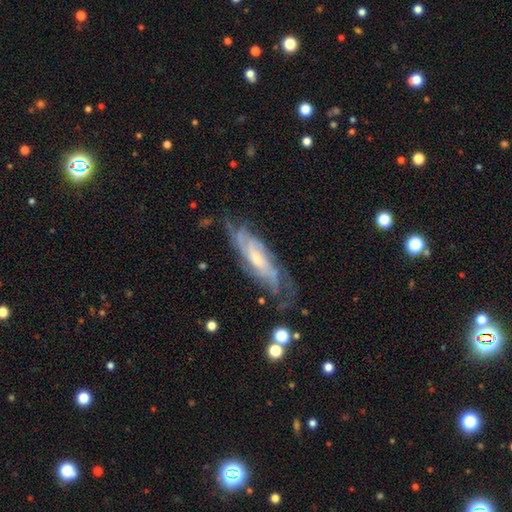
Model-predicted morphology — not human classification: Smooth or featured? featured or disk (84%)
Edge-on disk? no (82%)
Bar? no (56%)
Spiral arms? yes (96%)
Spiral winding? tight (60%)
Spiral arm count? can't tell (37%)
Bulge size? small (56%)
Merging? none (71%)